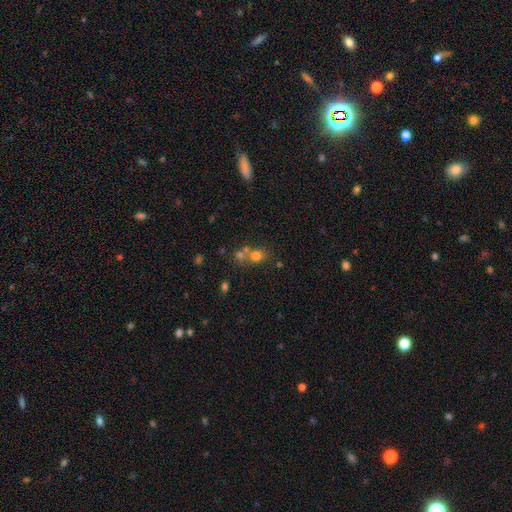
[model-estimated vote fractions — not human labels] The model was most divided on "merging": none: 45%, merger: 43%, minor disturbance: 8%, major disturbance: 4%. More confident: how rounded — round (75%); smooth or featured — smooth (70%).